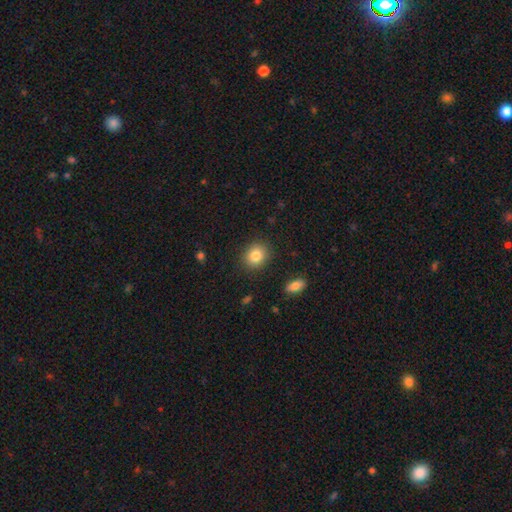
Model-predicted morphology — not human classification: smooth 84%, star or artifact 9%, featured or disk 7%. Down the decision tree: how rounded — round (67%); merging — none (88%).